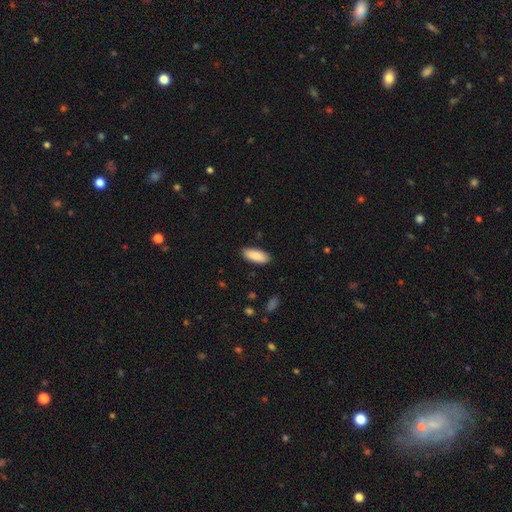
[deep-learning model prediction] A smooth galaxy with no disk features (90%) that is in between round and cigar-shaped (82%). Merging: none (88%).